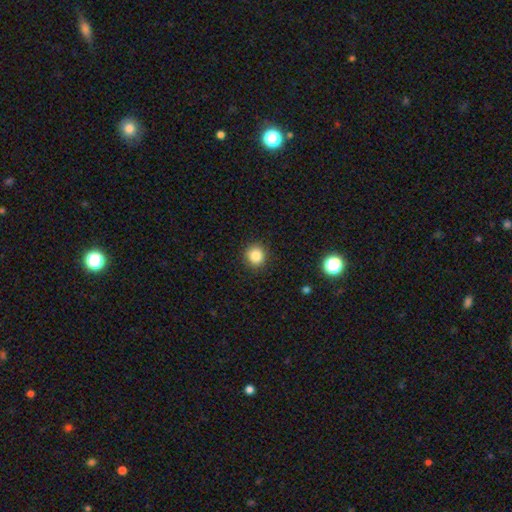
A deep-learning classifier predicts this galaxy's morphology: Smooth or featured? Predicted: smooth (p=0.84). How rounded? Predicted: round (p=0.91). Merging? Predicted: none (p=0.91).